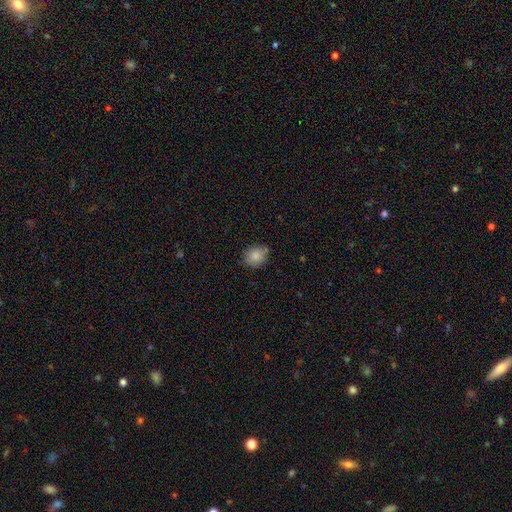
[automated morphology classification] This is clearly a smooth galaxy (85%). How rounded: possibly round (59%). Merging: likely none (77%).